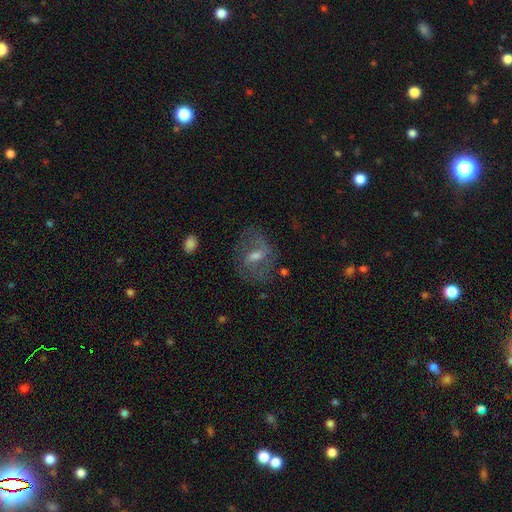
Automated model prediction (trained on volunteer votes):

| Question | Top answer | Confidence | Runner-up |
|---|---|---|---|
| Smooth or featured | featured or disk | 69% | smooth (18%) |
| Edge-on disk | no | 95% | yes (5%) |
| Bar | weak | 54% | strong (24%) |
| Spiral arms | yes | 81% | no (19%) |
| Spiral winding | medium | 48% | loose (28%) |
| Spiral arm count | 2 | 70% | can't tell (19%) |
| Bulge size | moderate | 52% | small (36%) |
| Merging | none | 71% | minor disturbance (16%) |